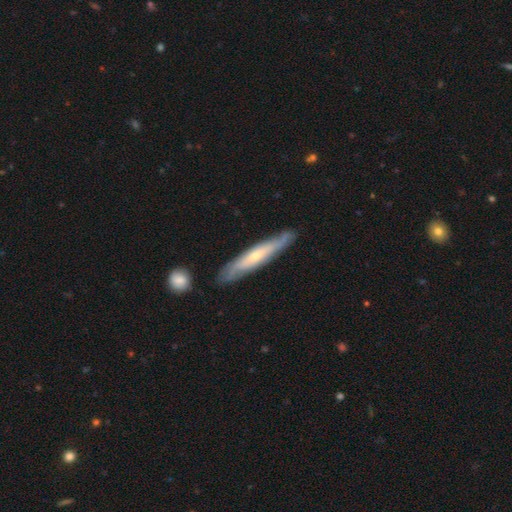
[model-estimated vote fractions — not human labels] Smooth or featured: featured or disk — 59% (smooth — 35%)
Edge-on disk: yes — 69% (no — 31%)
Merging: none — 82% (minor disturbance — 13%)